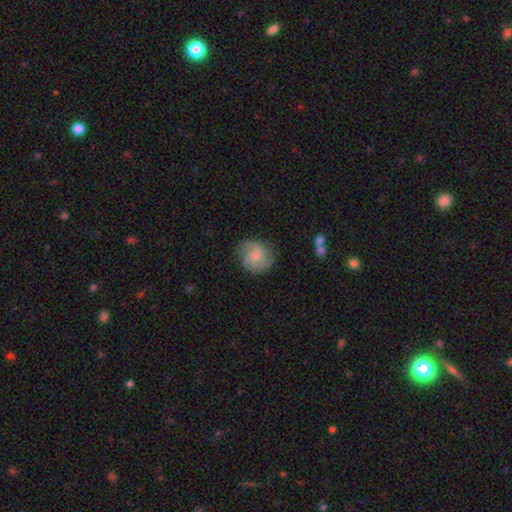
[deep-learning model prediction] smooth_or_featured: featured or disk (p=0.56) [alt: smooth p=0.36]
disk_edge_on: no (p=0.98) [alt: yes p=0.02]
bar: no (p=0.71) [alt: weak p=0.26]
has_spiral_arms: yes (p=0.91) [alt: no p=0.09]
spiral_winding: medium (p=0.46) [alt: tight p=0.31]
spiral_arm_count: 2 (p=0.40) [alt: 3 p=0.23]
bulge_size: small (p=0.63) [alt: moderate p=0.24]
merging: none (p=0.71) [alt: minor disturbance p=0.20]